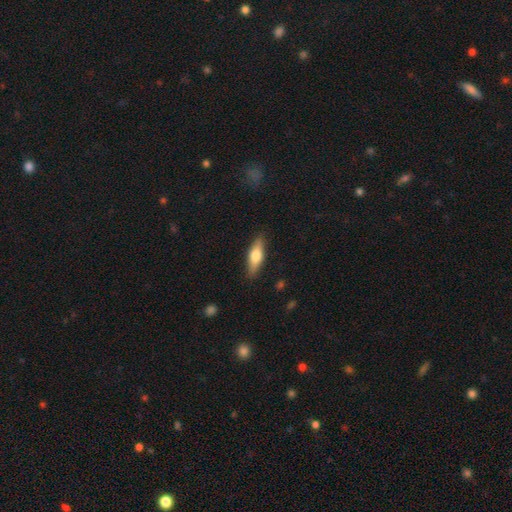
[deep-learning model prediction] smooth_or_featured: smooth (p=0.58) [alt: featured or disk p=0.36]
how_rounded: in between (p=0.50) [alt: cigar-shaped p=0.47]
merging: none (p=0.87) [alt: minor disturbance p=0.10]